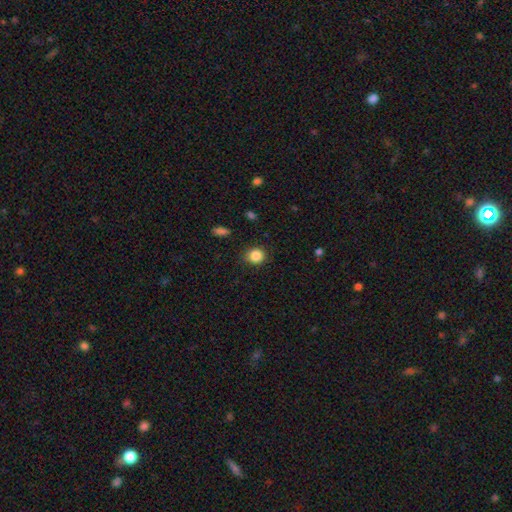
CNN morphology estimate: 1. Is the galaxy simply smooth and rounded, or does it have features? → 86% smooth, 10% star or artifact, 4% featured or disk.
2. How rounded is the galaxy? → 80% round, 19% in between, 1% cigar-shaped.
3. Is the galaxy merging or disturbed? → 87% none, 9% minor disturbance, 2% major disturbance, 1% merger.